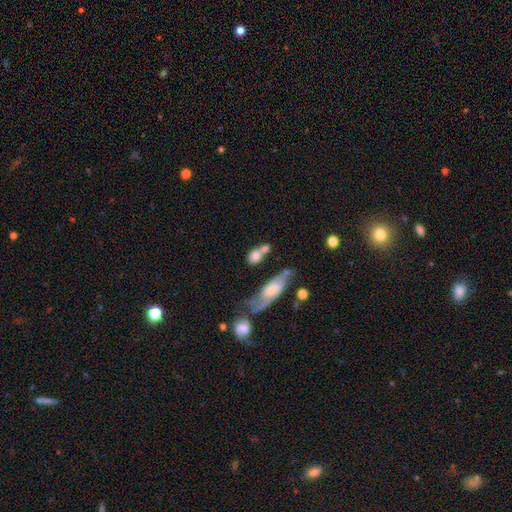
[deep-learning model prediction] A smooth galaxy with no disk features (66%) that is in between round and cigar-shaped (55%). Merging: merger (45%).